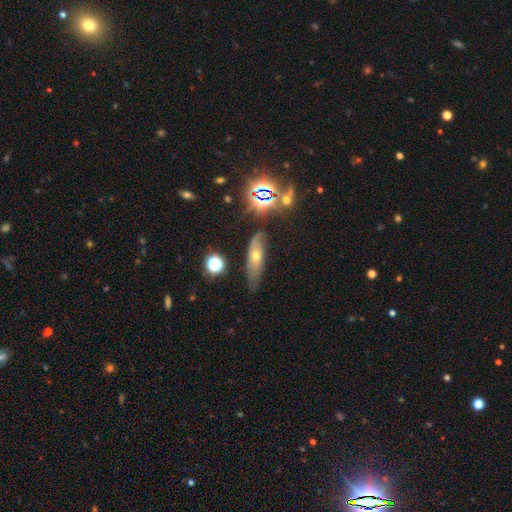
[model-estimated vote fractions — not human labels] Smooth or featured? Predicted: featured or disk (p=0.41). Merging? Predicted: none (p=0.59).